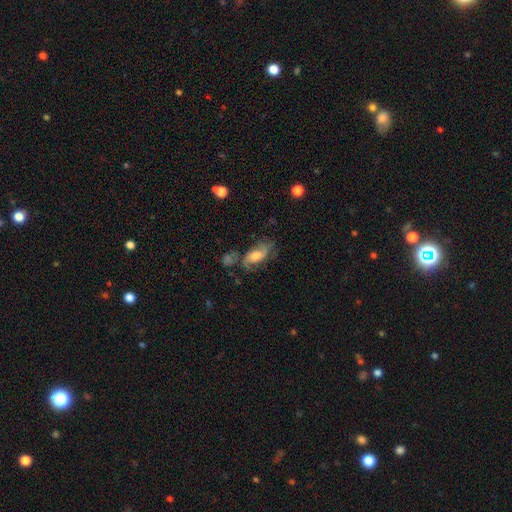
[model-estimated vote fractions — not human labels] This is likely a featured or disk galaxy (65%). It is clearly not viewed edge-on (92%). Bar: possibly no (55%). Spiral arm pattern: clearly yes (86%). Spiral arm count: likely 2 (71%). Spiral winding: possibly medium (46%). Central bulge: possibly moderate (47%). Merging: possibly none (56%).